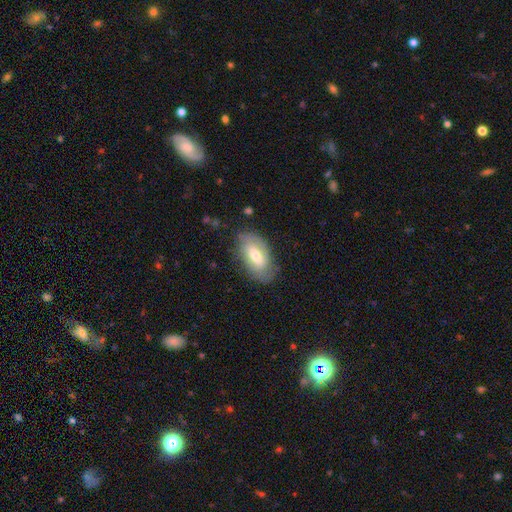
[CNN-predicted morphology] Smooth or featured? Predicted: smooth (p=0.57). How rounded? Predicted: in between (p=0.91). Merging? Predicted: none (p=0.76).